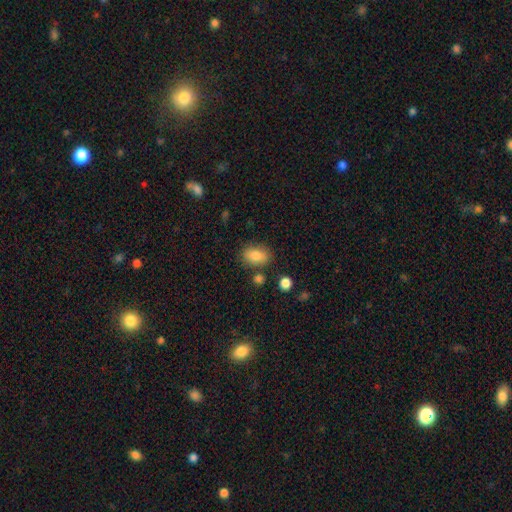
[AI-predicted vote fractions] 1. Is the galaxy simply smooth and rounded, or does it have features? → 83% smooth, 8% featured or disk, 8% star or artifact.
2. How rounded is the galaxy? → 86% in between, 12% round, 2% cigar-shaped.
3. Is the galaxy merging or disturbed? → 79% none, 13% minor disturbance, 5% merger, 4% major disturbance.